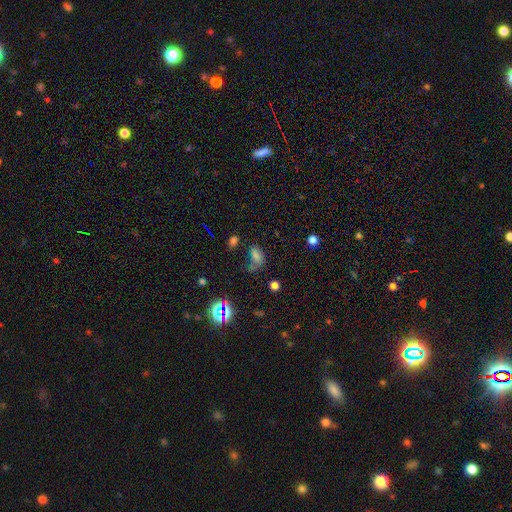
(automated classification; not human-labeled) smooth-or-featured: smooth: 50% | star or artifact: 35% | featured or disk: 15%
  merging: none: 40% | major disturbance: 25% | minor disturbance: 22% | merger: 14%